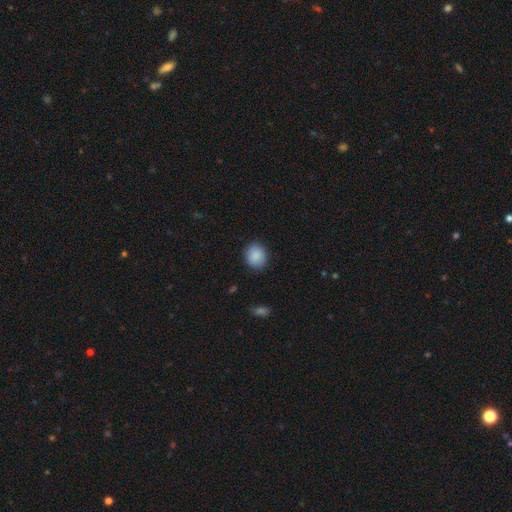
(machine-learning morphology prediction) Overall: smooth (89%). How rounded: round (67%; in between 32%). Merging: none (86%).